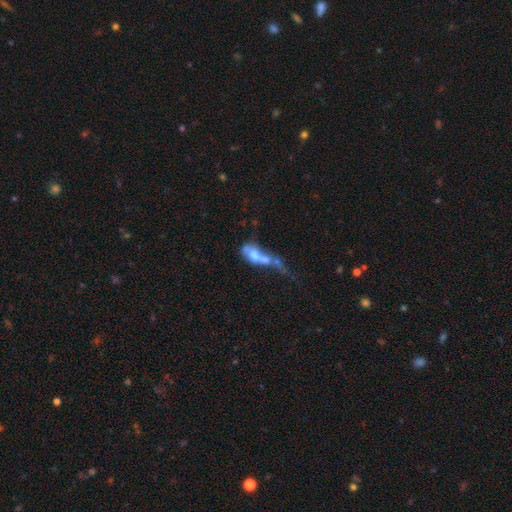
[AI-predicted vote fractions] smooth 46%, featured or disk 42%, star or artifact 12%. Down the decision tree: merging — merger (56%).